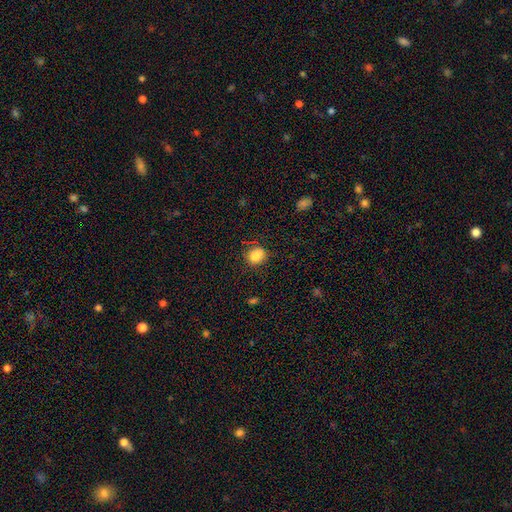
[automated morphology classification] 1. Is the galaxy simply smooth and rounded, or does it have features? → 83% smooth, 11% star or artifact, 7% featured or disk.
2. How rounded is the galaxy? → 77% round, 22% in between, 1% cigar-shaped.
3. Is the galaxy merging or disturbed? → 72% none, 20% minor disturbance, 5% major disturbance, 3% merger.